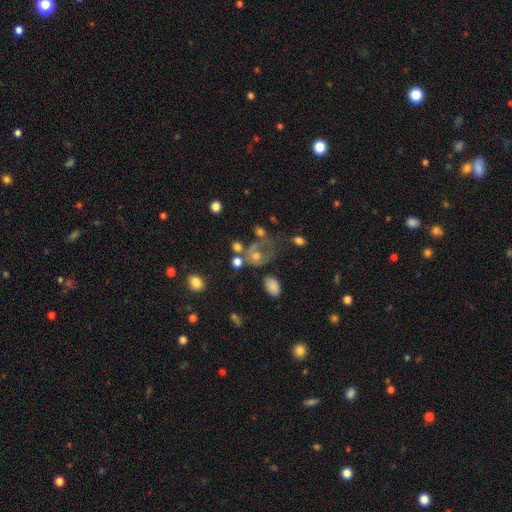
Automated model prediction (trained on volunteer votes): smooth_or_featured: smooth (p=0.48) [alt: featured or disk p=0.34]
merging: major disturbance (p=0.33) [alt: none p=0.27]